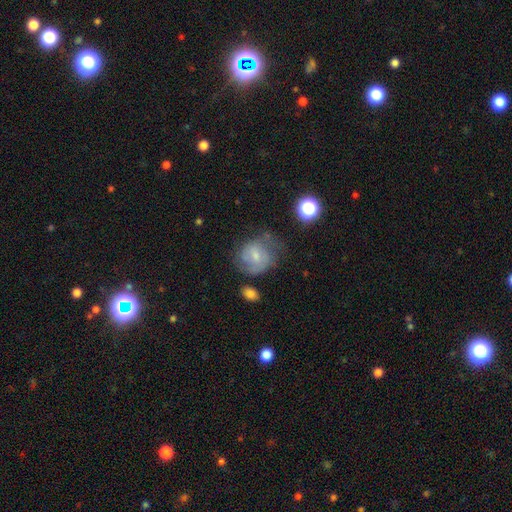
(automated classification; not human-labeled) A featured or disk galaxy (47%).

Vote fractions:
- Smooth or featured? featured or disk: 47% / smooth: 44% / star or artifact: 9%
- Merging? none: 46% / minor disturbance: 28% / major disturbance: 21% / merger: 5%